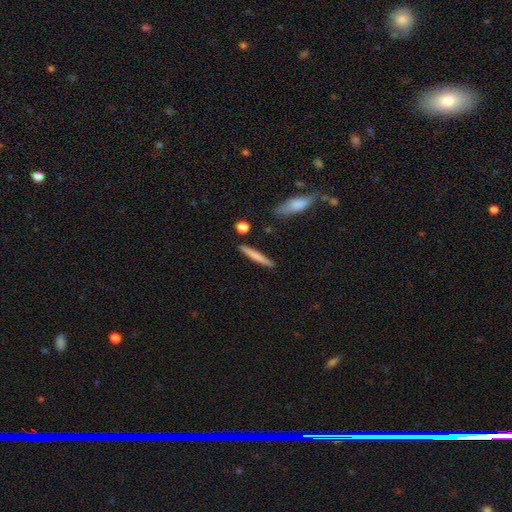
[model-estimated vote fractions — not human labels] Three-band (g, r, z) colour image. It shows a smooth galaxy with no disk features (68%) that is cigar-shaped (94%). Merging: none (87%).